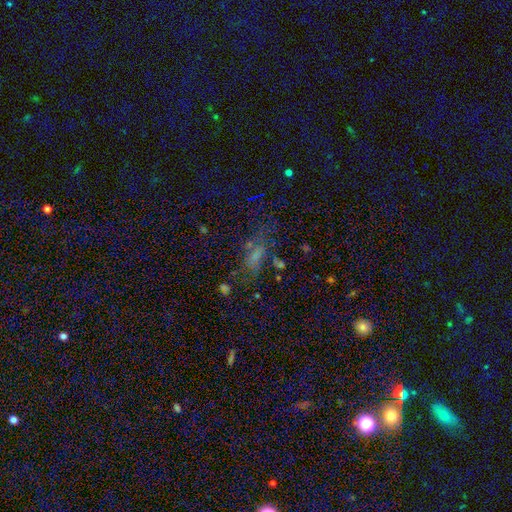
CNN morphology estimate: This is possibly a smooth galaxy (52%). How rounded: likely in between (63%). Merging: possibly none (51%).